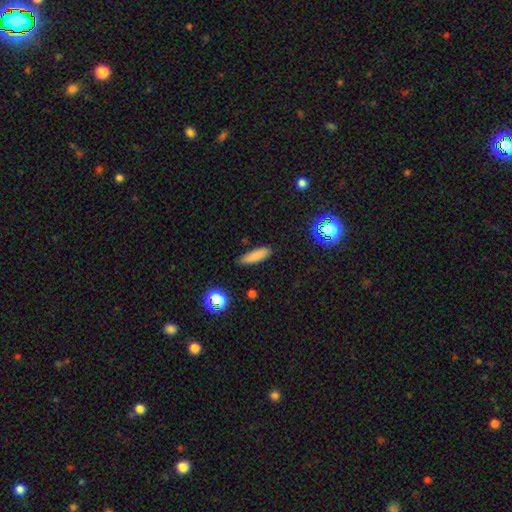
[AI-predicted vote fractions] Smooth or featured?
  - smooth: 82% *
  - star or artifact: 10%
  - featured or disk: 7%
How rounded?
  - cigar-shaped: 60% *
  - in between: 38%
  - round: 2%
Merging?
  - none: 85% *
  - minor disturbance: 11%
  - major disturbance: 2%
  - merger: 2%